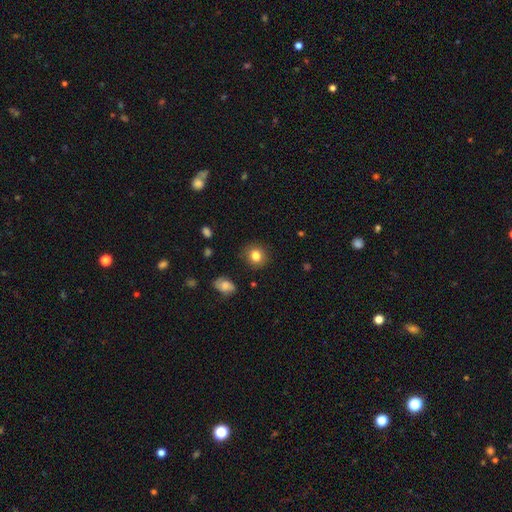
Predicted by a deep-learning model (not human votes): smooth_or_featured: smooth (p=0.82) [alt: star or artifact p=0.11]
how_rounded: round (p=0.83) [alt: in between p=0.16]
merging: none (p=0.87) [alt: minor disturbance p=0.09]